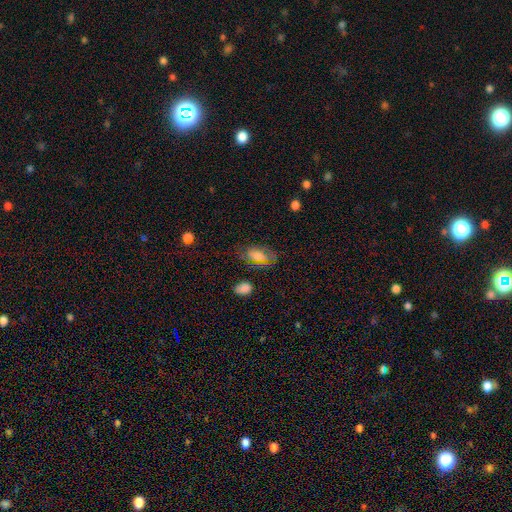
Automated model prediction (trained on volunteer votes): Smooth or featured? smooth (66%)
How rounded? in between (90%)
Merging? none (64%)